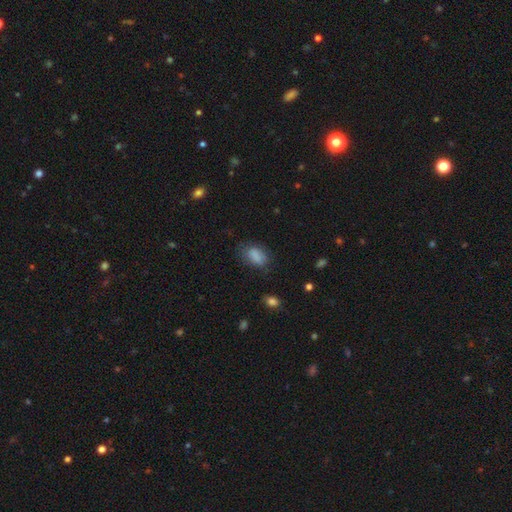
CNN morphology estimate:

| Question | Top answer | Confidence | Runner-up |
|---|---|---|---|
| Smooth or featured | smooth | 83% | star or artifact (10%) |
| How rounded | in between | 87% | round (11%) |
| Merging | none | 65% | minor disturbance (24%) |